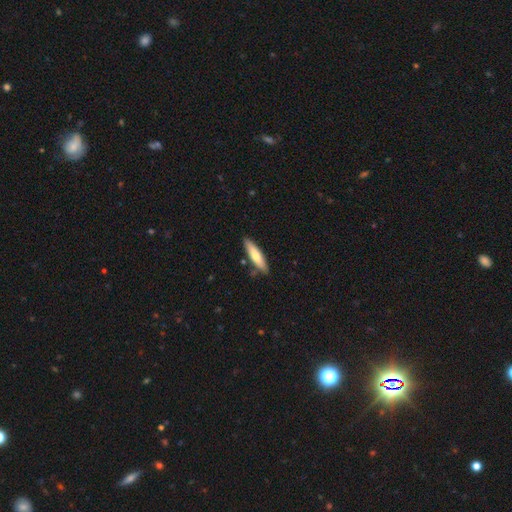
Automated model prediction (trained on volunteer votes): smooth_or_featured: smooth (p=0.67) [alt: featured or disk p=0.28]
how_rounded: cigar-shaped (p=0.76) [alt: in between p=0.22]
merging: none (p=0.84) [alt: minor disturbance p=0.11]